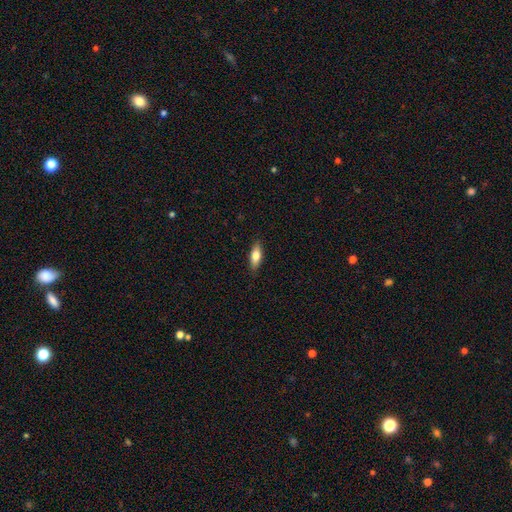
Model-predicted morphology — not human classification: Overall: smooth (73%). How rounded: in between (68%; cigar-shaped 30%). Merging: none (88%).